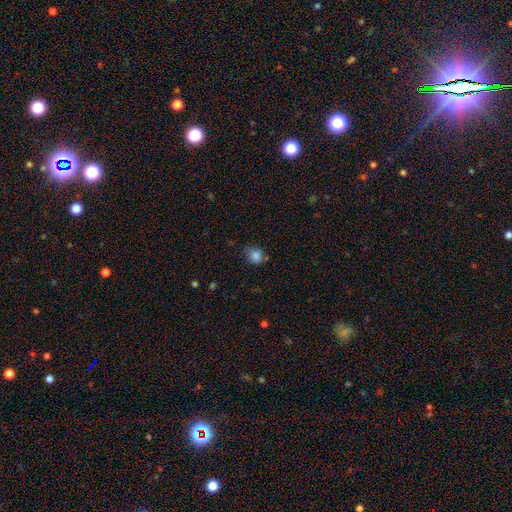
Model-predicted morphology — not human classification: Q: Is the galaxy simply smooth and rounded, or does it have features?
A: smooth — 83%.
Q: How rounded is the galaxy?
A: round — 70%.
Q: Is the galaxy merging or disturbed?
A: none — 66%.